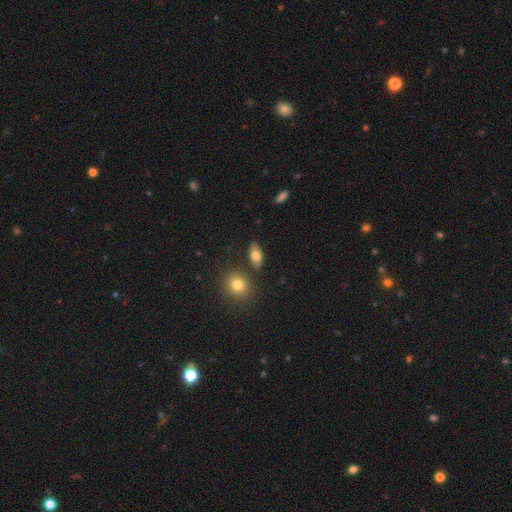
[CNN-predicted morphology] A smooth galaxy with no disk features (74%) that is in between round and cigar-shaped (86%).

Vote fractions:
- Smooth or featured? smooth: 74% / featured or disk: 18% / star or artifact: 8%
- How rounded? in between: 86% / cigar-shaped: 7% / round: 7%
- Merging? none: 82% / minor disturbance: 10% / merger: 6% / major disturbance: 3%